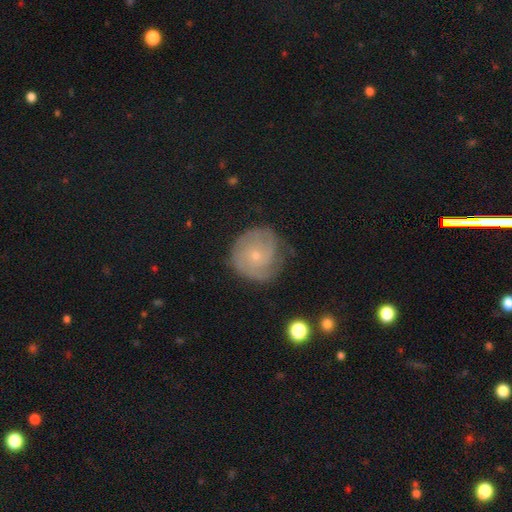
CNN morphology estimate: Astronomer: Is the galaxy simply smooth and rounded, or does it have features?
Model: featured or disk — 69%.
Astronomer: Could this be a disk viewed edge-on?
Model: no — 98%.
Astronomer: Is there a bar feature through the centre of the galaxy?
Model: no — 78%.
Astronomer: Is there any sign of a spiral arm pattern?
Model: yes — 90%.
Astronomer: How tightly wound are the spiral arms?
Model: tight — 61%.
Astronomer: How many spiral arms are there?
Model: can't tell — 34% (runner-up: 2, 26%).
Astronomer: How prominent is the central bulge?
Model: small — 78%.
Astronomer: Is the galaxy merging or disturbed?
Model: none — 68%.